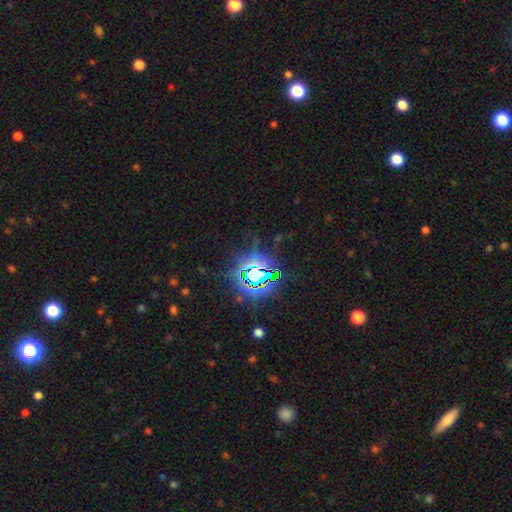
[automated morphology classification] star or artifact 82%, smooth 10%, featured or disk 8%.